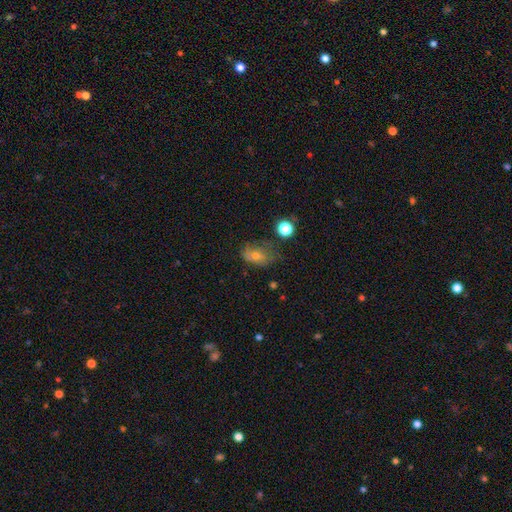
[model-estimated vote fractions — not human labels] Smooth or featured? Predicted: smooth (p=0.55). How rounded? Predicted: in between (p=0.72). Merging? Predicted: none (p=0.52).